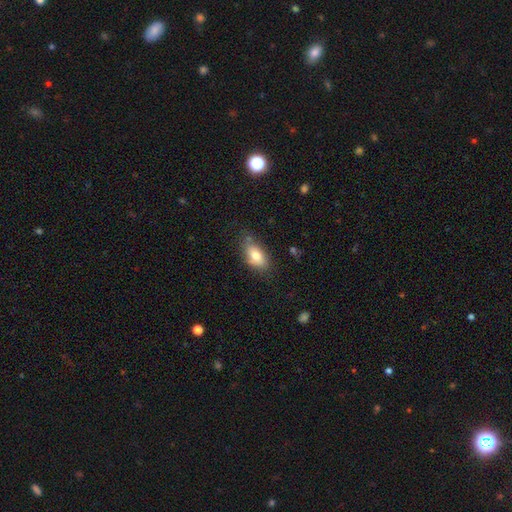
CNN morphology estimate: type=smooth (78%); roundness=in between (89%); merging=none (71%).